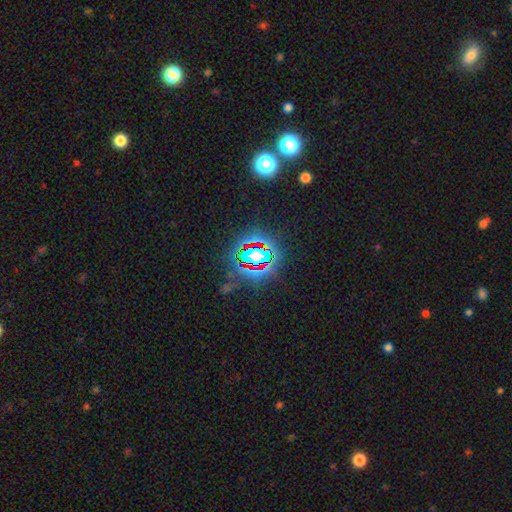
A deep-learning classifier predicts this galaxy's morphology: This is likely a star or artifact rather than a galaxy (73%).